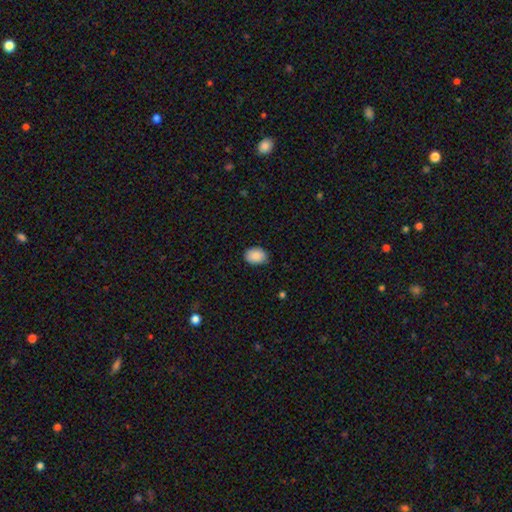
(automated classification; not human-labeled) Overall: smooth (89%). How rounded: in between (73%). Merging: none (83%).